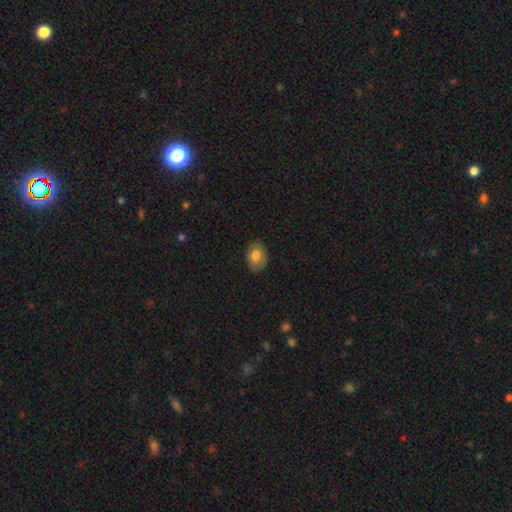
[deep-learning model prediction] smooth 77%, featured or disk 16%, star or artifact 7%. Down the decision tree: how rounded — in between (71%); merging — none (84%).